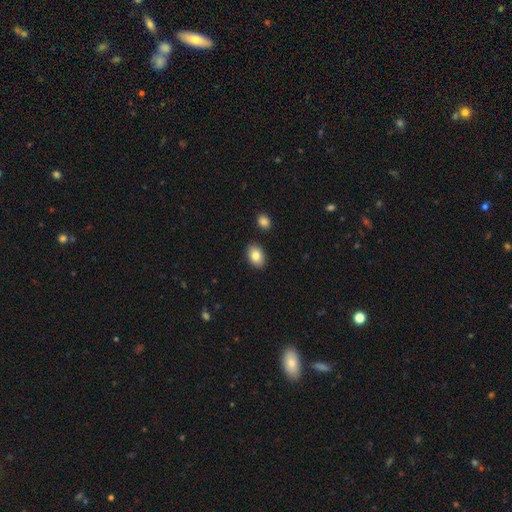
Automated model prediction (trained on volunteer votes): smooth-or-featured: smooth: 83% | featured or disk: 10% | star or artifact: 7%
  how-rounded: in between: 86% | round: 13% | cigar-shaped: 1%
  merging: none: 88% | minor disturbance: 8% | merger: 2% | major disturbance: 2%